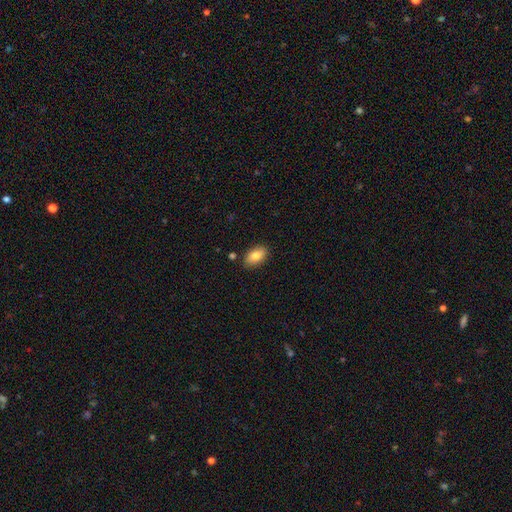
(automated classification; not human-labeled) This appears to be a smooth galaxy with no disk features (83%) that is in between round and cigar-shaped (92%). Merging: none (86%).